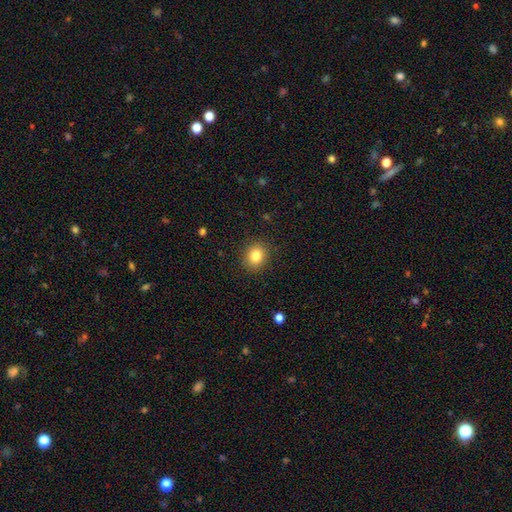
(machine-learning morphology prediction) Overall: smooth (82%). How rounded: round (67%; in between 32%). Merging: none (88%).